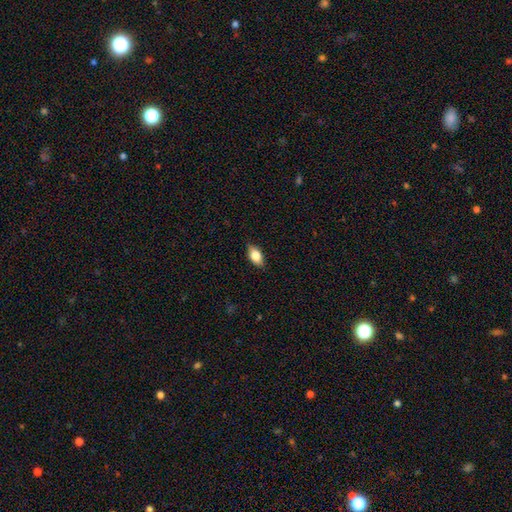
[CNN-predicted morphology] smooth_or_featured: smooth (p=0.75) [alt: featured or disk p=0.18]
how_rounded: in between (p=0.86) [alt: round p=0.07]
merging: none (p=0.84) [alt: minor disturbance p=0.13]